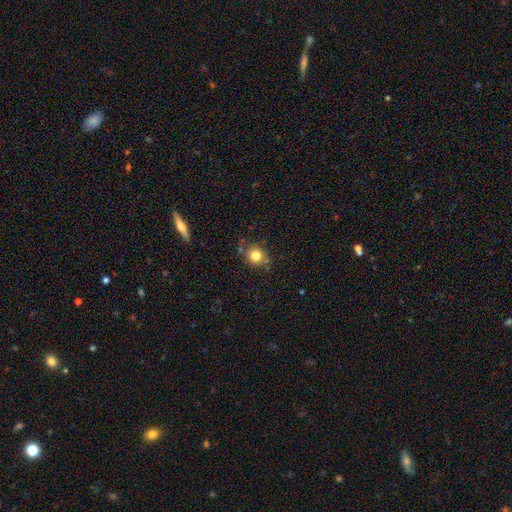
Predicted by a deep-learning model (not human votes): Smooth or featured?
  - smooth: 79% *
  - star or artifact: 12%
  - featured or disk: 9%
How rounded?
  - round: 86% *
  - in between: 13%
  - cigar-shaped: 1%
Merging?
  - none: 74% *
  - minor disturbance: 15%
  - merger: 7%
  - major disturbance: 4%